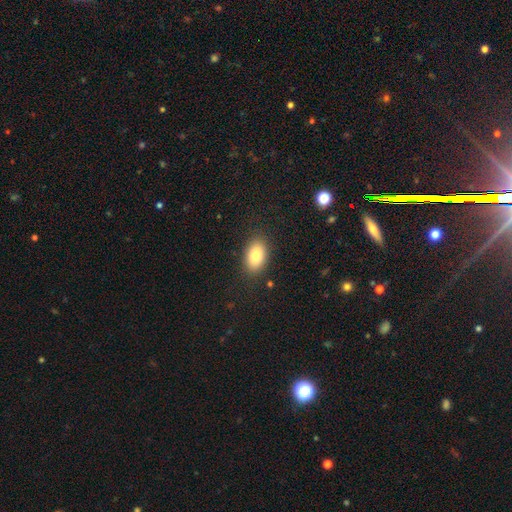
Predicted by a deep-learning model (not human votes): Q: Smooth or featured?
A: smooth (82%); runner-up: featured or disk (10%)
Q: How rounded?
A: in between (90%); runner-up: round (9%)
Q: Merging?
A: none (87%); runner-up: minor disturbance (9%)